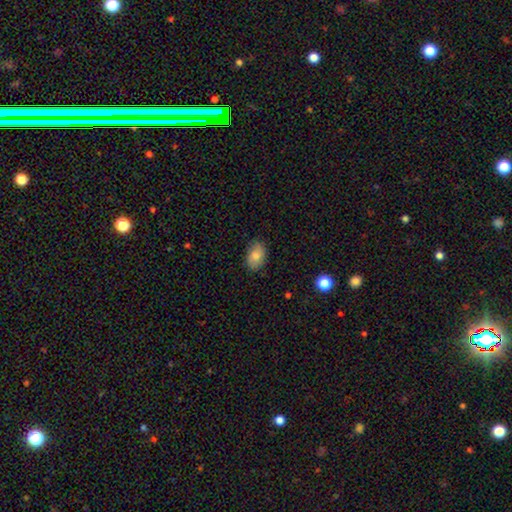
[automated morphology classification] Smooth or featured?
  - smooth: 83% *
  - featured or disk: 10%
  - star or artifact: 7%
How rounded?
  - in between: 87% *
  - round: 12%
  - cigar-shaped: 1%
Merging?
  - none: 83% *
  - minor disturbance: 13%
  - major disturbance: 3%
  - merger: 1%